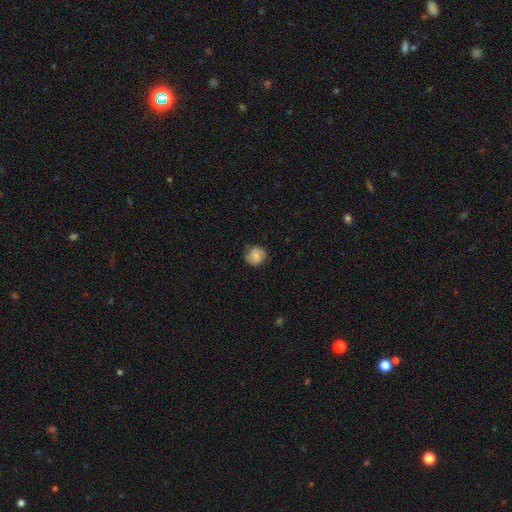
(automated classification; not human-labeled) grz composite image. It shows a smooth galaxy with no disk features (80%) that is round (86%). Merging: none (77%).